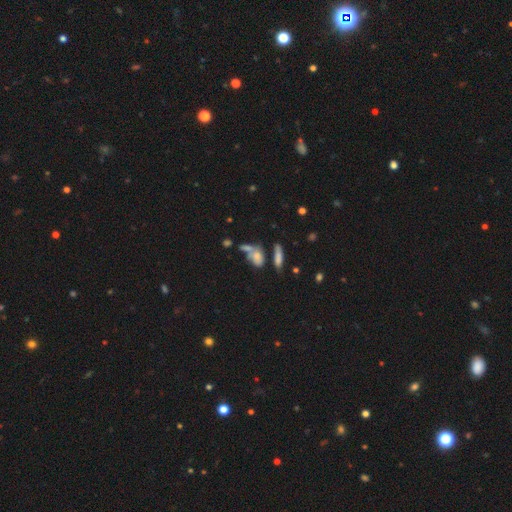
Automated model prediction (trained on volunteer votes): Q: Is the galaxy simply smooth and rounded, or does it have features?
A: smooth — 63%.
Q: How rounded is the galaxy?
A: in between — 69%.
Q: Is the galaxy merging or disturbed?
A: merger — 39%.